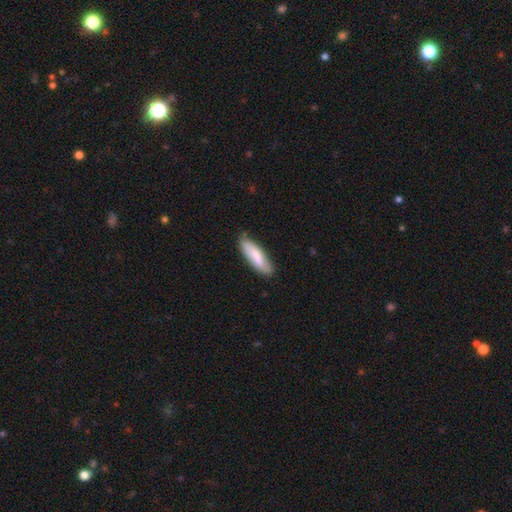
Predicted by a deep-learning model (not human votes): This appears to be a smooth galaxy with no disk features (73%) that is cigar-shaped (52%). Merging: none (79%).